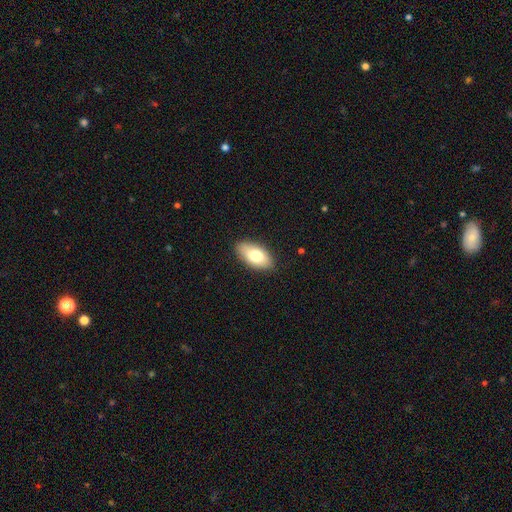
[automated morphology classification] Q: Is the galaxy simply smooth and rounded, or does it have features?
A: smooth — 76%.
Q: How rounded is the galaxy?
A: in between — 93%.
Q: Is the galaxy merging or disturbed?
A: none — 86%.